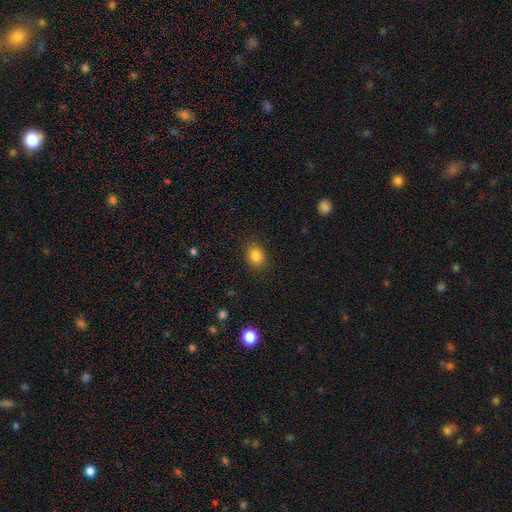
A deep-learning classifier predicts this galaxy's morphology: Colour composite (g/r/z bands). It shows a smooth galaxy with no disk features (85%) that is in between round and cigar-shaped (60%). Merging: none (86%).